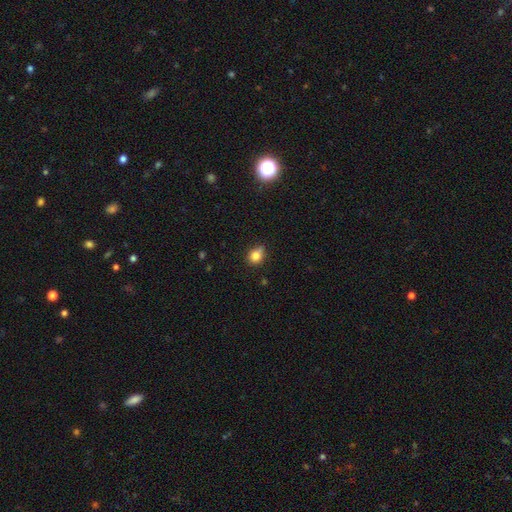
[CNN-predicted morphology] The model was most divided on "how rounded": round: 55%, in between: 44%, cigar-shaped: 1%. More confident: smooth or featured — smooth (81%); merging — none (65%).